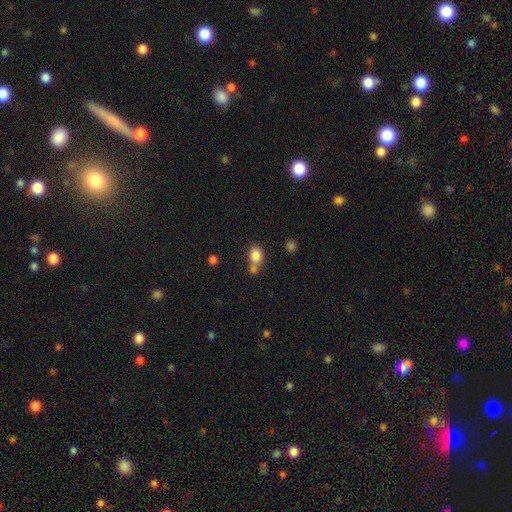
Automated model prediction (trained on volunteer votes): Smooth or featured: smooth — 84% (star or artifact — 9%)
How rounded: in between — 64% (round — 35%)
Merging: none — 45% (merger — 39%)